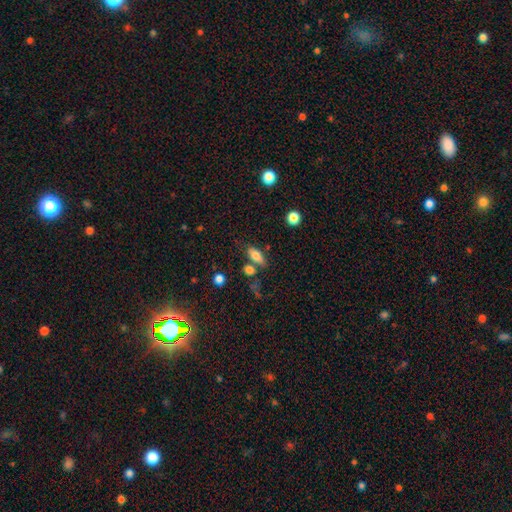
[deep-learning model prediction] This is likely a smooth galaxy (76%). How rounded: likely in between (80%). Merging: likely none (63%).